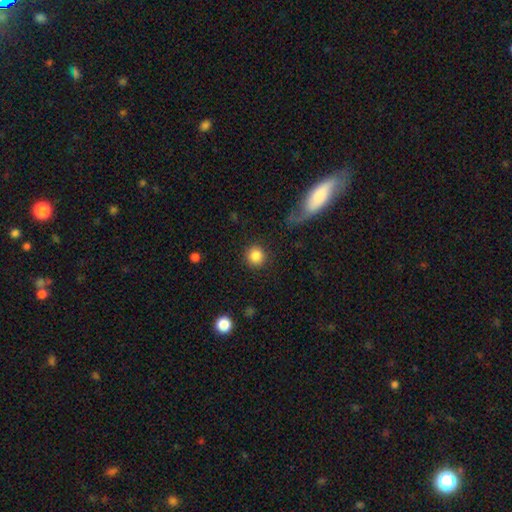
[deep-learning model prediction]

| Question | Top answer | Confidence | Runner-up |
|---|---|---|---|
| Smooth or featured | smooth | 86% | star or artifact (9%) |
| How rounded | round | 93% | in between (6%) |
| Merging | none | 88% | minor disturbance (6%) |